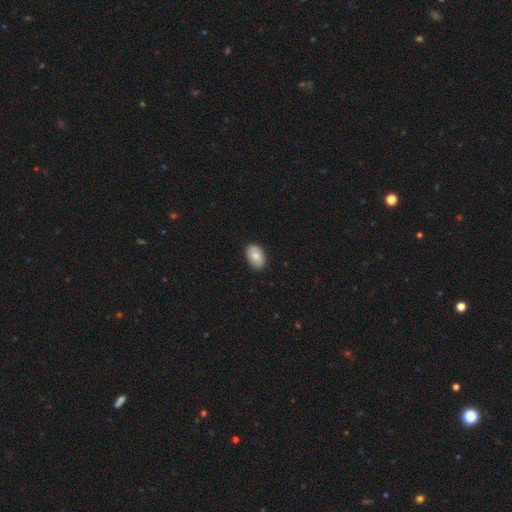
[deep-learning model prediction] This is likely a smooth galaxy (80%). How rounded: clearly in between (90%). Merging: clearly none (88%).